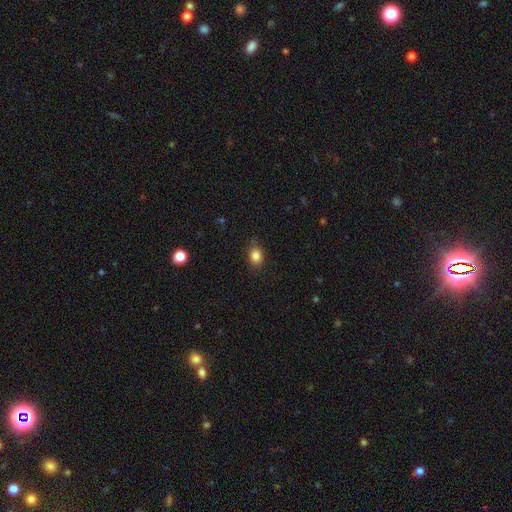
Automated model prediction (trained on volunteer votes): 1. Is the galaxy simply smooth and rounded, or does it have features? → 84% smooth, 10% star or artifact, 5% featured or disk.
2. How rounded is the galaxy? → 54% in between, 45% round, 1% cigar-shaped.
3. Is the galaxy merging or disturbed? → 78% none, 17% minor disturbance, 4% major disturbance, 1% merger.